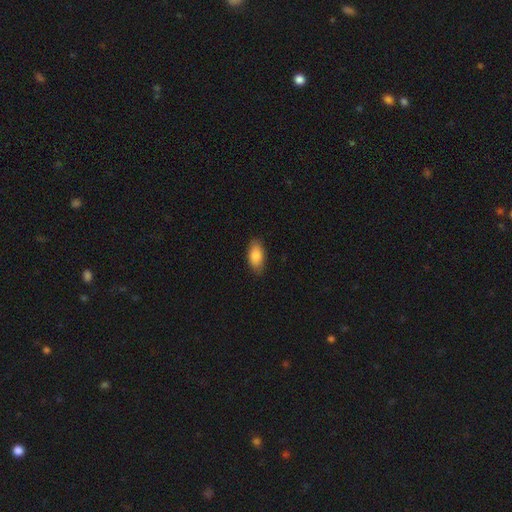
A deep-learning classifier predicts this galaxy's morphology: Q: Smooth or featured?
A: smooth (85%); runner-up: featured or disk (9%)
Q: How rounded?
A: in between (92%); runner-up: cigar-shaped (5%)
Q: Merging?
A: none (84%); runner-up: minor disturbance (13%)